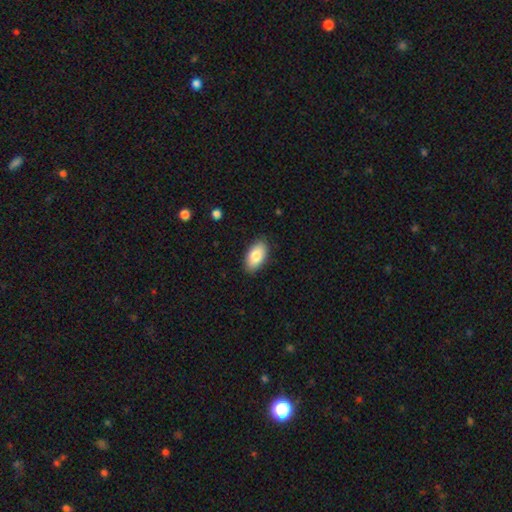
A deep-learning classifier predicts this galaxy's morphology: A smooth galaxy with no disk features (83%) that is in between round and cigar-shaped (94%). Merging: none (88%).